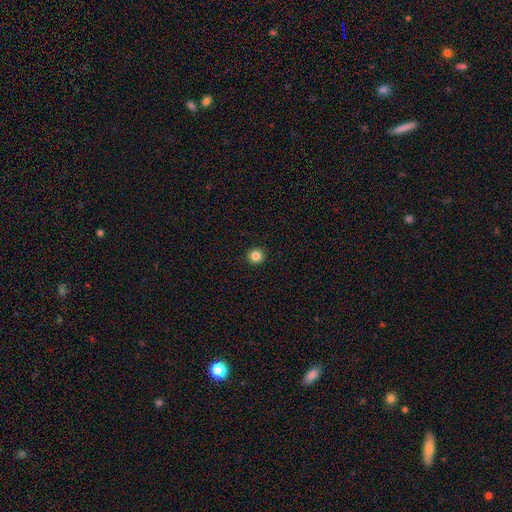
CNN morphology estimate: A smooth galaxy with no disk features (84%) that is round (94%).

Vote fractions:
- Smooth or featured? smooth: 84% / star or artifact: 12% / featured or disk: 4%
- How rounded? round: 94% / in between: 5% / cigar-shaped: 1%
- Merging? none: 94% / minor disturbance: 4% / major disturbance: 1% / merger: 1%